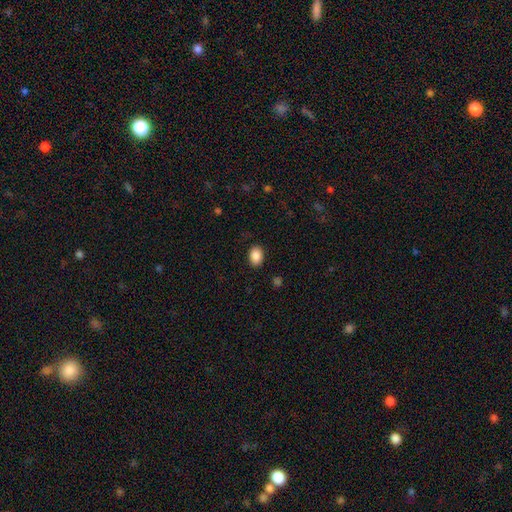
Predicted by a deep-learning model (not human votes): This is clearly a smooth galaxy (88%). How rounded: likely in between (77%). Merging: clearly none (87%).